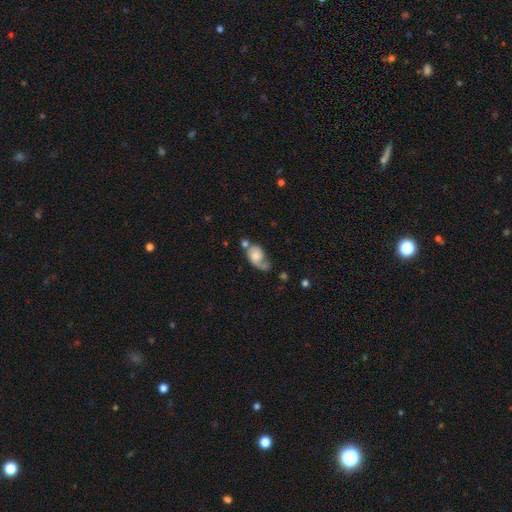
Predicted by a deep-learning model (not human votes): Smooth or featured? featured or disk (52%)
Edge-on disk? no (96%)
Merging? none (29%)